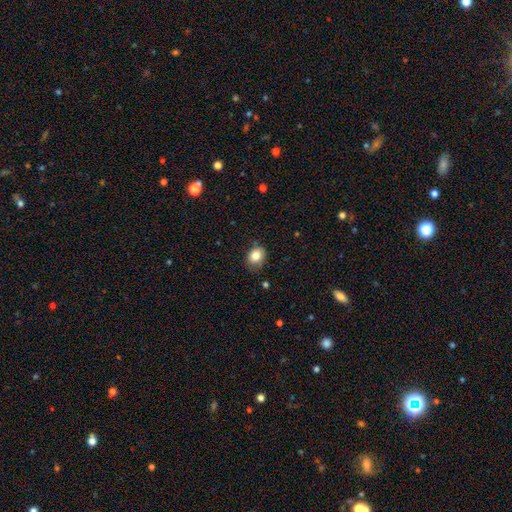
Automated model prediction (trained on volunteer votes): Q: Smooth or featured?
A: smooth (83%); runner-up: star or artifact (10%)
Q: How rounded?
A: in between (55%); runner-up: round (44%)
Q: Merging?
A: none (73%); runner-up: minor disturbance (21%)